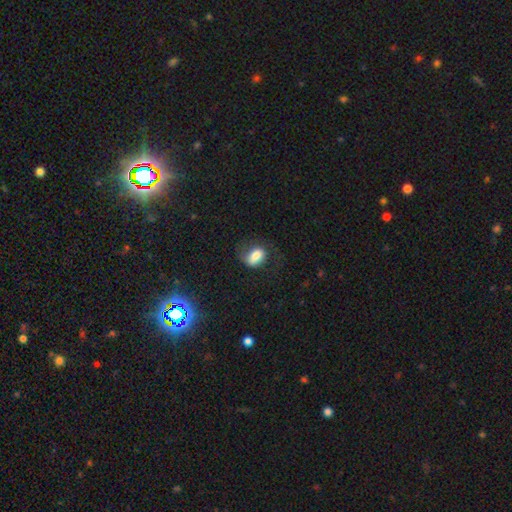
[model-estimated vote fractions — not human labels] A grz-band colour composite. It shows a smooth galaxy with no disk features (73%) that is in between round and cigar-shaped (79%). Merging: none (52%).